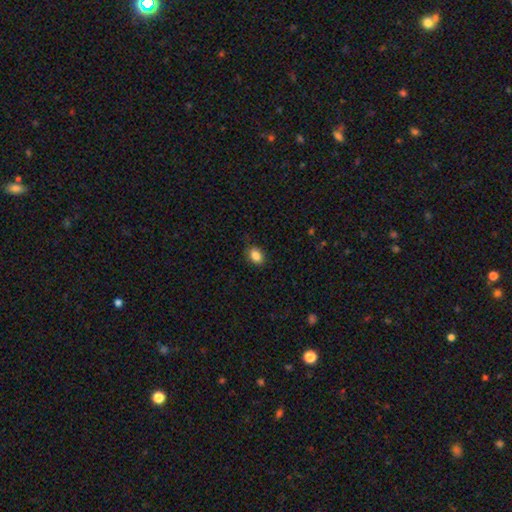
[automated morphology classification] smooth_or_featured: smooth (p=0.86) [alt: star or artifact p=0.09]
how_rounded: in between (p=0.75) [alt: round p=0.24]
merging: none (p=0.85) [alt: minor disturbance p=0.12]